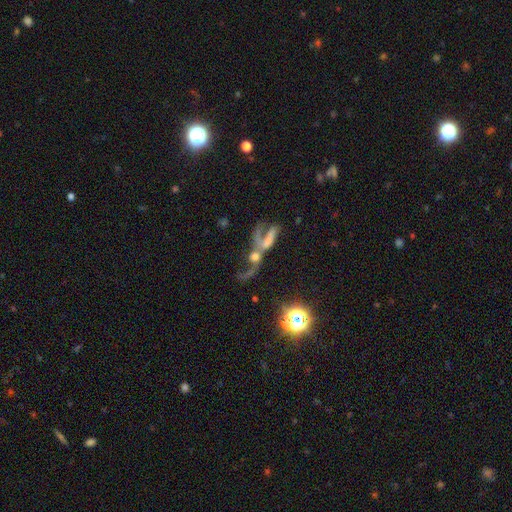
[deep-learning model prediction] Smooth or featured? Predicted: featured or disk (p=0.56). Edge-on disk? Predicted: no (p=0.89). Bar? Predicted: no (p=0.65). Spiral arms? Predicted: yes (p=0.62). Bulge size? Predicted: none (p=0.31). Merging? Predicted: merger (p=0.56).